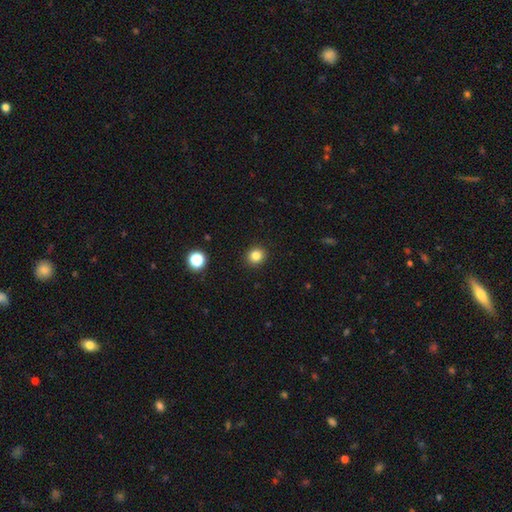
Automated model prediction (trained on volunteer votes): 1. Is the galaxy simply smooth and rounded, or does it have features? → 83% smooth, 12% star or artifact, 5% featured or disk.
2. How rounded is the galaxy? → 86% round, 13% in between, 1% cigar-shaped.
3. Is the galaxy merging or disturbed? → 92% none, 5% minor disturbance, 2% major disturbance, 1% merger.